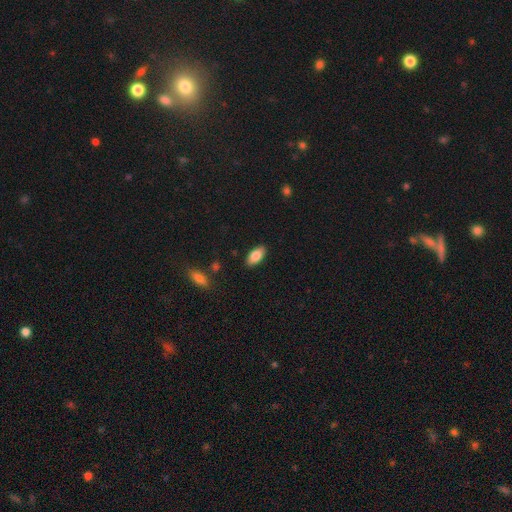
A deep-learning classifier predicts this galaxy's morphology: A smooth galaxy with no disk features (81%) that is in between round and cigar-shaped (88%).

Vote fractions:
- Smooth or featured? smooth: 81% / featured or disk: 12% / star or artifact: 7%
- How rounded? in between: 88% / cigar-shaped: 9% / round: 2%
- Merging? none: 88% / minor disturbance: 9% / major disturbance: 2% / merger: 1%